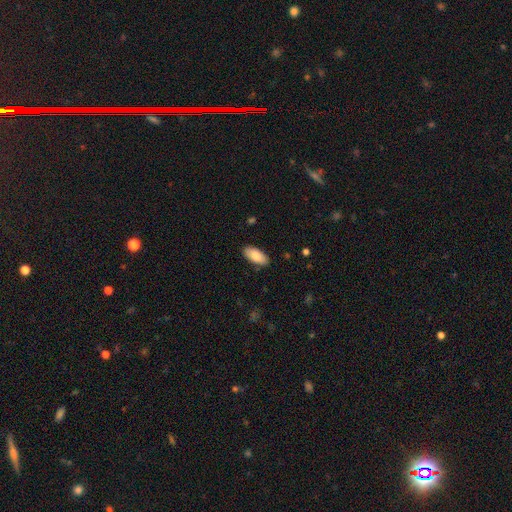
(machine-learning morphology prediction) A smooth galaxy with no disk features (85%) that is in between round and cigar-shaped (91%).

Vote fractions:
- Smooth or featured? smooth: 85% / featured or disk: 9% / star or artifact: 6%
- How rounded? in between: 91% / cigar-shaped: 7% / round: 2%
- Merging? none: 87% / minor disturbance: 10% / major disturbance: 2% / merger: 1%